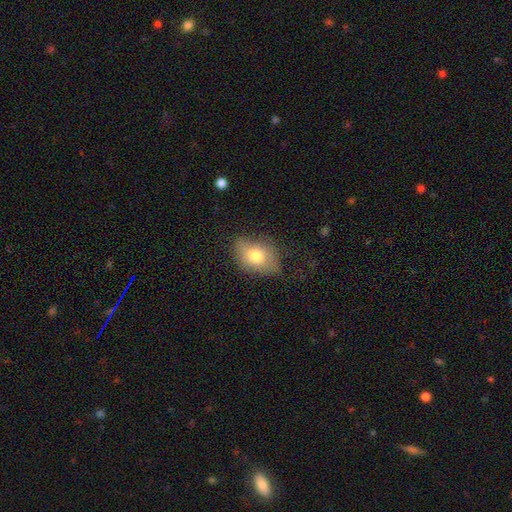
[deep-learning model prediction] A smooth galaxy with no disk features (74%) that is in between round and cigar-shaped (74%). Merging: none (59%).